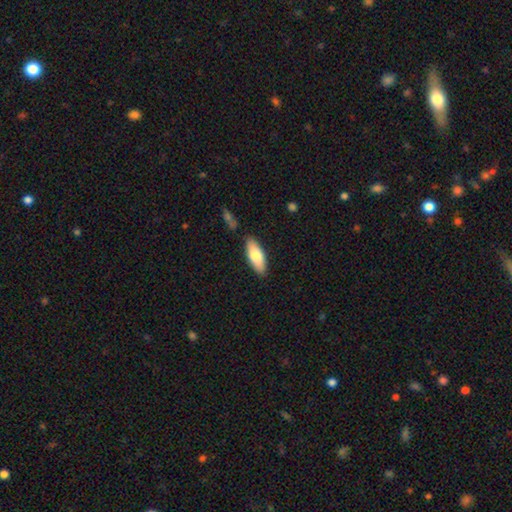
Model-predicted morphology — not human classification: Smooth or featured: smooth — 72% (featured or disk — 23%)
How rounded: in between — 72% (cigar-shaped — 26%)
Merging: none — 85% (minor disturbance — 11%)